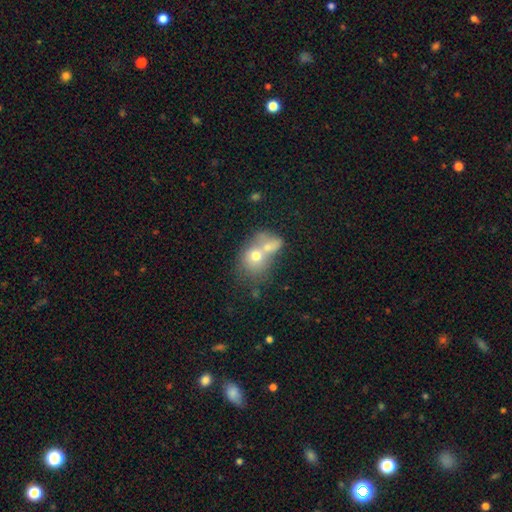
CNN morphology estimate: The model was most divided on "how rounded": round: 56%, in between: 42%, cigar-shaped: 1%. More confident: merging — merger (69%); smooth or featured — smooth (64%).